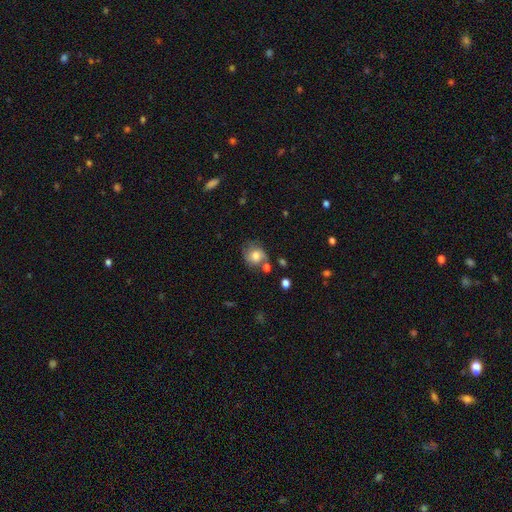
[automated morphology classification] A smooth galaxy with no disk features (66%) that is round (74%).

Vote fractions:
- Smooth or featured? smooth: 66% / featured or disk: 24% / star or artifact: 10%
- How rounded? round: 74% / in between: 25% / cigar-shaped: 1%
- Merging? none: 54% / minor disturbance: 24% / major disturbance: 11% / merger: 11%